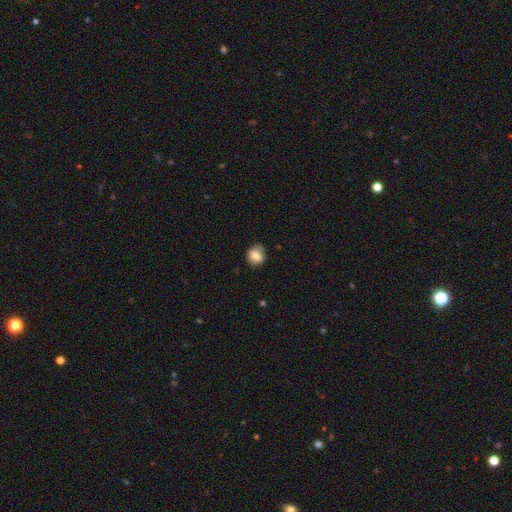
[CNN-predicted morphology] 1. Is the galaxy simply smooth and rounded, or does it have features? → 79% smooth, 13% featured or disk, 9% star or artifact.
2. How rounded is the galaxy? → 76% round, 23% in between, 1% cigar-shaped.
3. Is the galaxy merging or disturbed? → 79% none, 16% minor disturbance, 4% major disturbance, 1% merger.